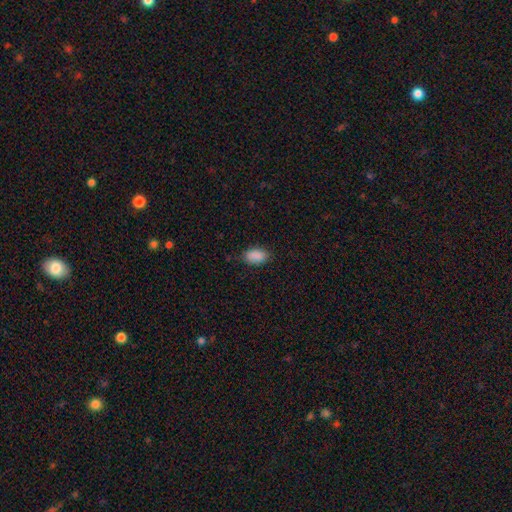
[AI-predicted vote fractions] Smooth or featured: smooth — 89% (star or artifact — 7%)
How rounded: in between — 92% (round — 6%)
Merging: none — 81% (minor disturbance — 15%)